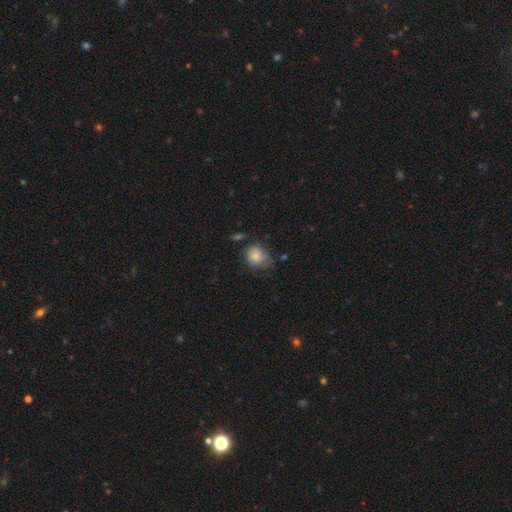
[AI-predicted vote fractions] A smooth galaxy with no disk features (80%) that is round (64%). Merging: none (52%).